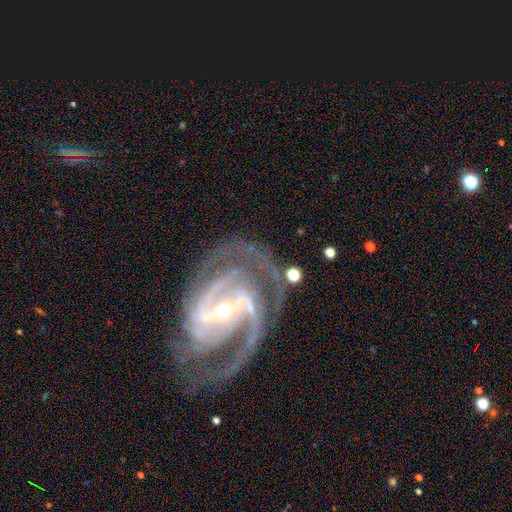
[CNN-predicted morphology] A featured or disk galaxy (91%) with a strong bar (63%), 2 (62%) tight (47%) spiral arms (98%) and a small central bulge (69%).

Vote fractions:
- Smooth or featured? featured or disk: 91% / star or artifact: 6% / smooth: 3%
- Edge-on disk? no: 97% / yes: 3%
- Bar? strong: 63% / weak: 26% / no: 11%
- Spiral arms? yes: 98% / no: 2%
- Spiral winding? tight: 47% / medium: 45% / loose: 8%
- Spiral arm count? 2: 62% / 3: 18% / can't tell: 7% / 4: 5% / 1: 4% / more than 4: 4%
- Bulge size? small: 69% / moderate: 27% / large: 2% / none: 1% / dominant: 1%
- Merging? none: 67% / minor disturbance: 17% / major disturbance: 12% / merger: 4%